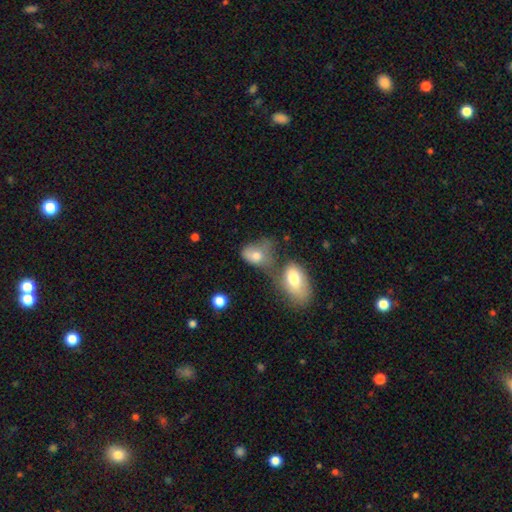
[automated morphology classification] A smooth galaxy with no disk features (71%) that is in between round and cigar-shaped (78%).

Vote fractions:
- Smooth or featured? smooth: 71% / featured or disk: 19% / star or artifact: 9%
- How rounded? in between: 78% / round: 20% / cigar-shaped: 2%
- Merging? merger: 47% / none: 18% / major disturbance: 18% / minor disturbance: 16%